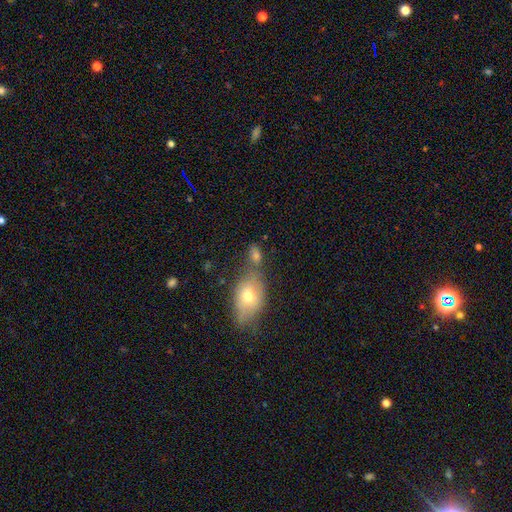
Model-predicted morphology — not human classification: type=smooth (72%); roundness=in between (78%); merging=none (48%).